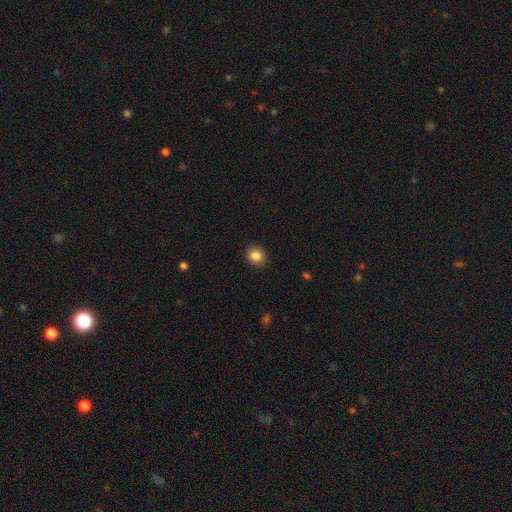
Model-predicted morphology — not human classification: Smooth or featured? smooth (85%)
How rounded? round (74%)
Merging? none (91%)